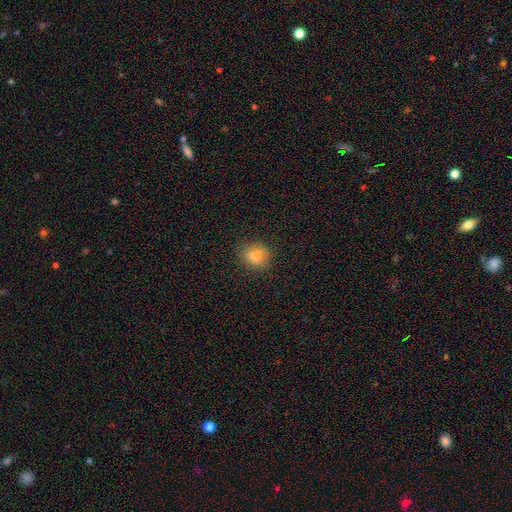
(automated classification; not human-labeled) smooth-or-featured: smooth: 81% | star or artifact: 11% | featured or disk: 8%
  how-rounded: round: 68% | in between: 30% | cigar-shaped: 1%
  merging: none: 85% | minor disturbance: 11% | major disturbance: 3% | merger: 1%